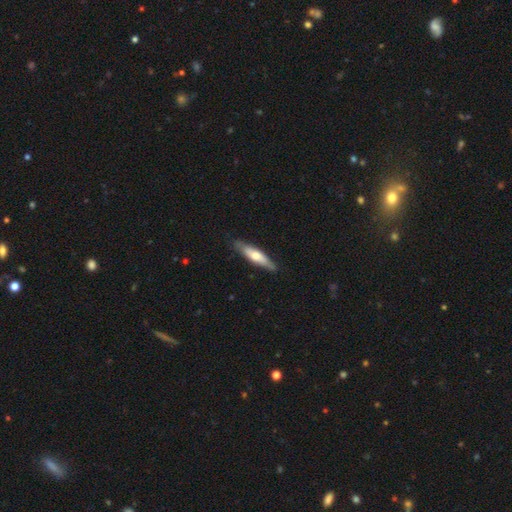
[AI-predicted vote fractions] smooth 55%, featured or disk 40%, star or artifact 5%. Down the decision tree: how rounded — cigar-shaped (73%); merging — none (81%).